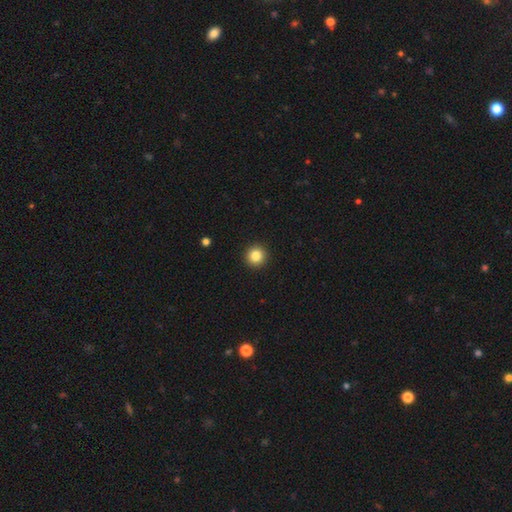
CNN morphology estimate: A smooth galaxy with no disk features (84%) that is round (96%).

Vote fractions:
- Smooth or featured? smooth: 84% / star or artifact: 11% / featured or disk: 5%
- How rounded? round: 96% / in between: 3% / cigar-shaped: 1%
- Merging? none: 93% / minor disturbance: 4% / major disturbance: 2% / merger: 1%